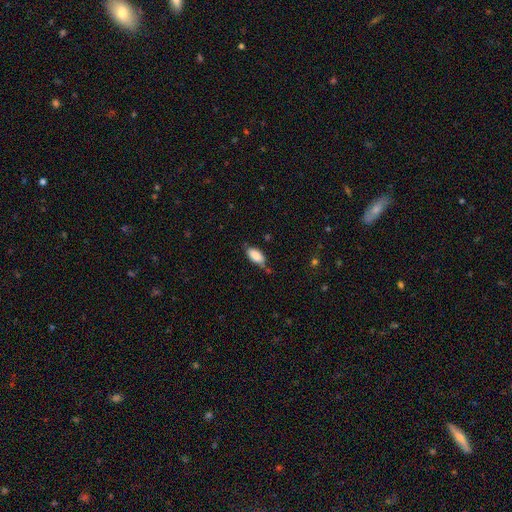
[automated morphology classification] smooth 85%, featured or disk 8%, star or artifact 7%. Down the decision tree: how rounded — in between (90%); merging — none (68%).